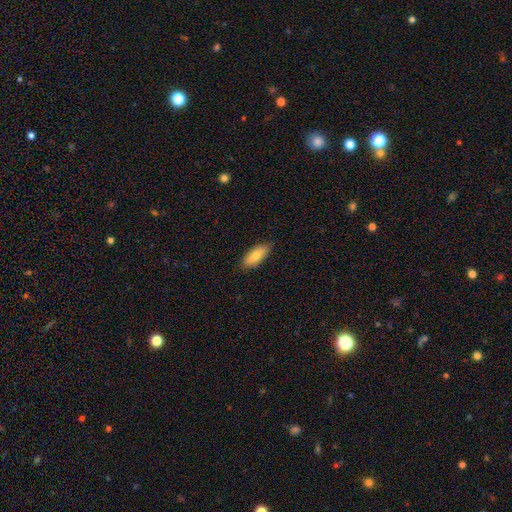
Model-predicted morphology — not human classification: Smooth or featured?
  - smooth: 77% *
  - featured or disk: 17%
  - star or artifact: 6%
How rounded?
  - in between: 80% *
  - cigar-shaped: 17%
  - round: 2%
Merging?
  - none: 84% *
  - minor disturbance: 13%
  - major disturbance: 2%
  - merger: 1%